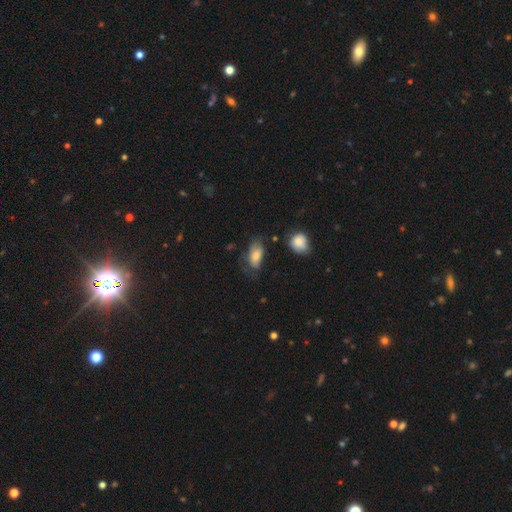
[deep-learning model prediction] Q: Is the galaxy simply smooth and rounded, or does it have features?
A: smooth — 74%.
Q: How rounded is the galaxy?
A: in between — 90%.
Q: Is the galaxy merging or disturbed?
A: none — 43%.